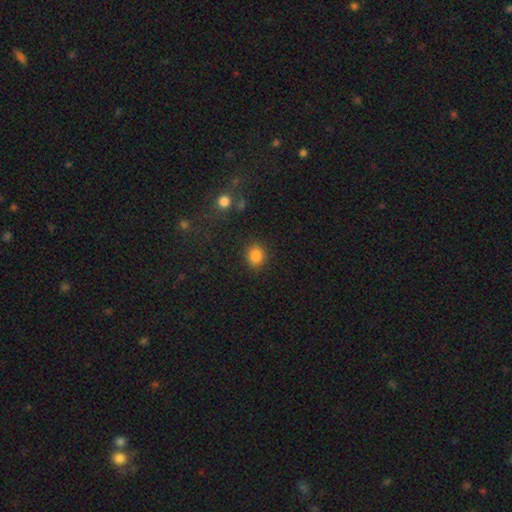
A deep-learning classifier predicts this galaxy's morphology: smooth-or-featured: smooth: 84% | star or artifact: 11% | featured or disk: 4%
  how-rounded: round: 69% | in between: 30% | cigar-shaped: 1%
  merging: none: 87% | minor disturbance: 8% | major disturbance: 3% | merger: 2%